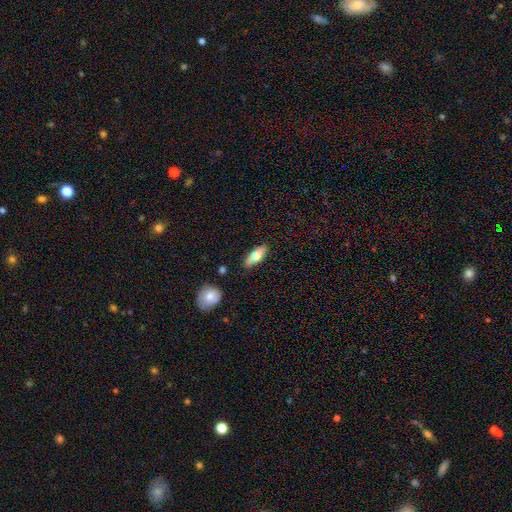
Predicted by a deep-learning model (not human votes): Q: Smooth or featured?
A: smooth (69%); runner-up: featured or disk (25%)
Q: How rounded?
A: in between (74%); runner-up: cigar-shaped (24%)
Q: Merging?
A: none (82%); runner-up: minor disturbance (13%)